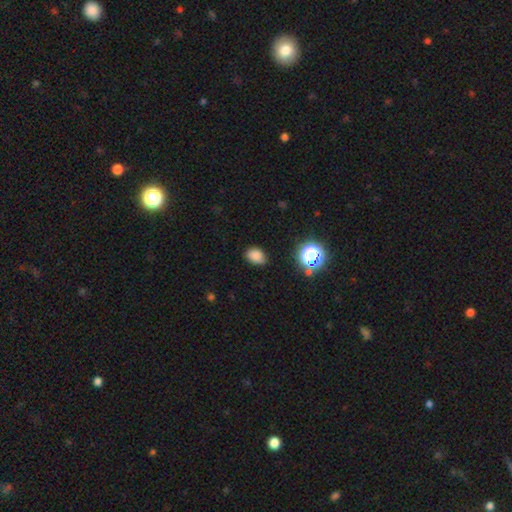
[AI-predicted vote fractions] This appears to be a smooth galaxy with no disk features (80%) that is in between round and cigar-shaped (69%). Merging: none (82%).